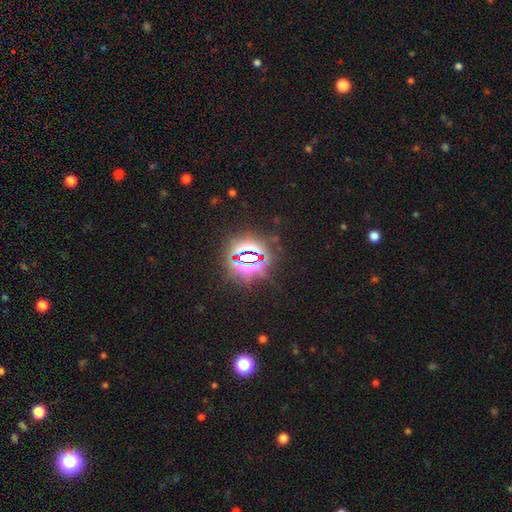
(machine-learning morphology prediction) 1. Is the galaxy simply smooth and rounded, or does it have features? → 85% star or artifact, 9% smooth, 6% featured or disk.